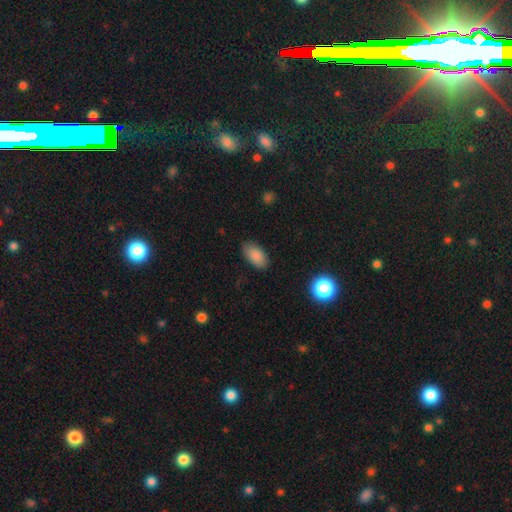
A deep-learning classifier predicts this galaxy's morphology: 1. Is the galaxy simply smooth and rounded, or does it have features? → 88% smooth, 7% star or artifact, 5% featured or disk.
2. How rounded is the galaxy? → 94% in between, 4% round, 3% cigar-shaped.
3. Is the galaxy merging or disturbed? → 84% none, 12% minor disturbance, 3% major disturbance, 1% merger.